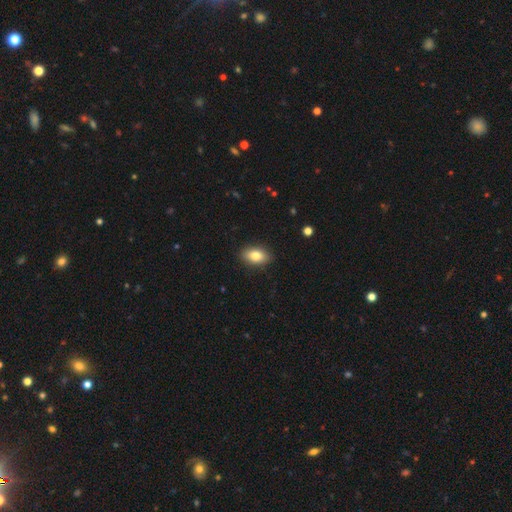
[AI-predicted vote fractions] Smooth or featured?
  - smooth: 81% *
  - featured or disk: 12%
  - star or artifact: 8%
How rounded?
  - in between: 89% *
  - round: 8%
  - cigar-shaped: 3%
Merging?
  - none: 89% *
  - minor disturbance: 8%
  - major disturbance: 2%
  - merger: 1%